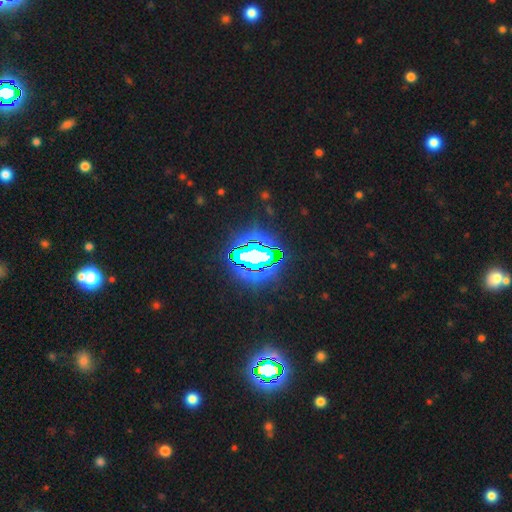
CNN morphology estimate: This is likely a star or artifact rather than a galaxy (76%).